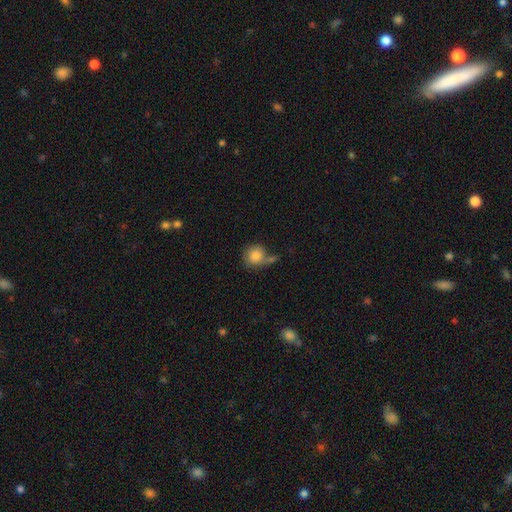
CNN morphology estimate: Overall: smooth (81%). How rounded: round (85%). Merging: none (49%; merger 22%).